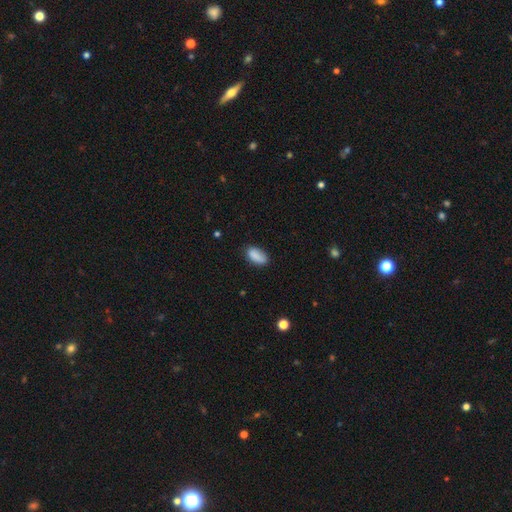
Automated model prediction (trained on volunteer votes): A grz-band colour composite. It shows a smooth galaxy with no disk features (87%) that is in between round and cigar-shaped (92%). Merging: none (76%).